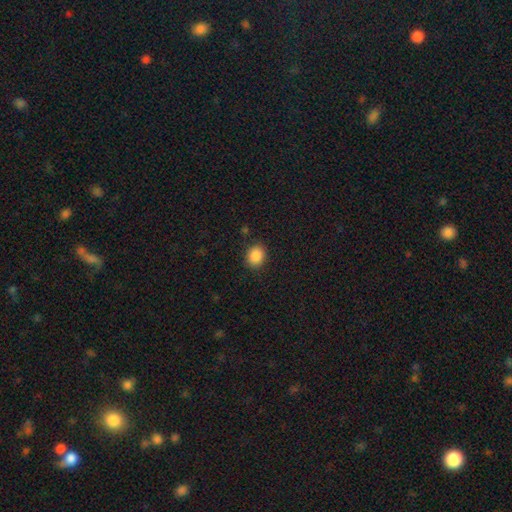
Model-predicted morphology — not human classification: smooth 88%, star or artifact 9%, featured or disk 3%. Down the decision tree: how rounded — round (62%); merging — none (88%).